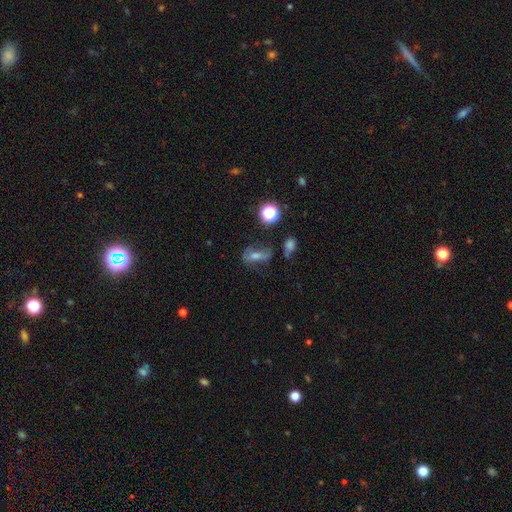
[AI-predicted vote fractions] A featured or disk galaxy (39%). Merging: none (56%).